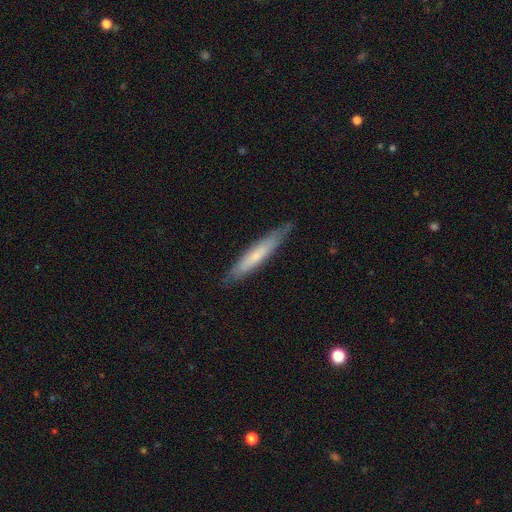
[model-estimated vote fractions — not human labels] smooth-or-featured: smooth: 57% | featured or disk: 37% | star or artifact: 6%
  how-rounded: cigar-shaped: 91% | in between: 8% | round: 1%
  merging: none: 84% | minor disturbance: 13% | major disturbance: 2% | merger: 1%